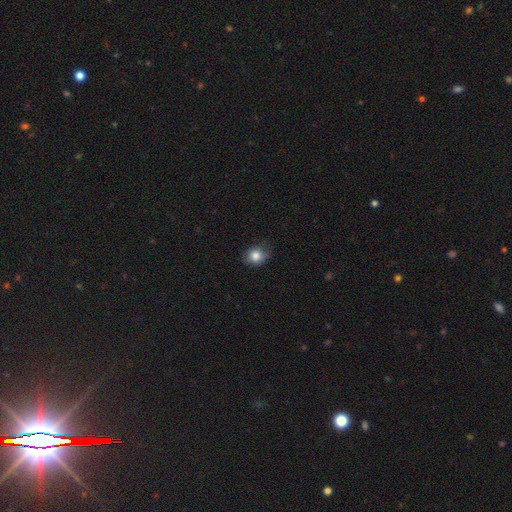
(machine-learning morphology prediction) A smooth galaxy with no disk features (82%) that is round (62%). Merging: none (70%).